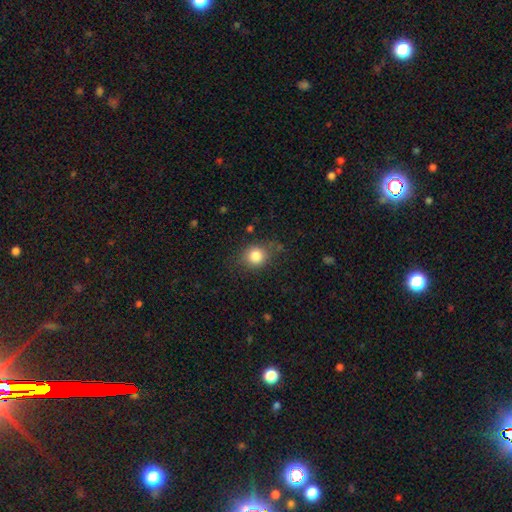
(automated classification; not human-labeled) Smooth or featured? Predicted: smooth (p=0.82). How rounded? Predicted: round (p=0.73). Merging? Predicted: none (p=0.74).